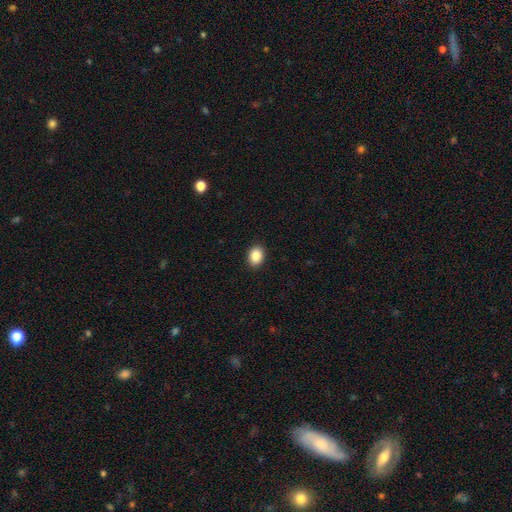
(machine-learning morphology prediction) Q: Smooth or featured?
A: smooth (88%); runner-up: star or artifact (8%)
Q: How rounded?
A: in between (64%); runner-up: round (35%)
Q: Merging?
A: none (91%); runner-up: minor disturbance (6%)